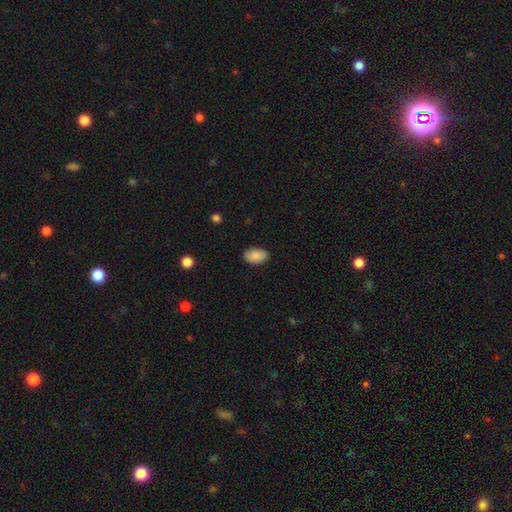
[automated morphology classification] Smooth or featured? smooth (87%)
How rounded? in between (91%)
Merging? none (82%)